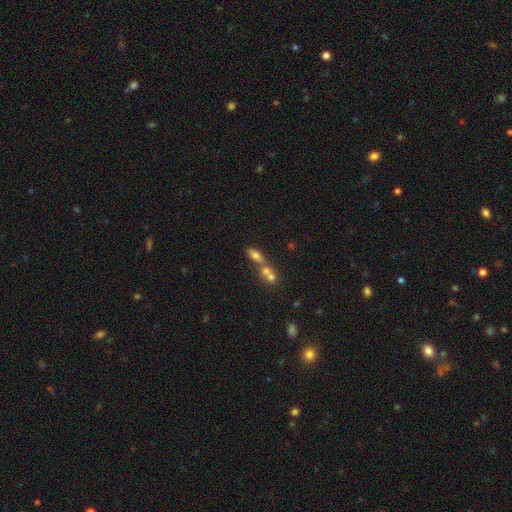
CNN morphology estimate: Smooth or featured: smooth — 65% (featured or disk — 22%)
How rounded: in between — 67% (cigar-shaped — 20%)
Merging: merger — 61% (none — 26%)